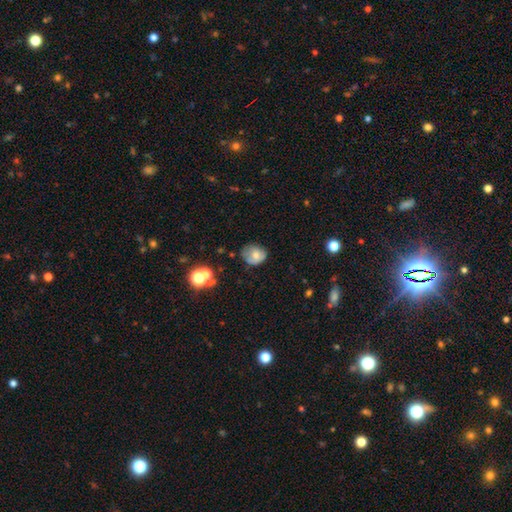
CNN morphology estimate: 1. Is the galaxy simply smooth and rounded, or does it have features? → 66% smooth, 23% featured or disk, 10% star or artifact.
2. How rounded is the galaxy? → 59% round, 40% in between, 1% cigar-shaped.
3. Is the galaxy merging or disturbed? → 52% none, 32% minor disturbance, 12% major disturbance, 4% merger.